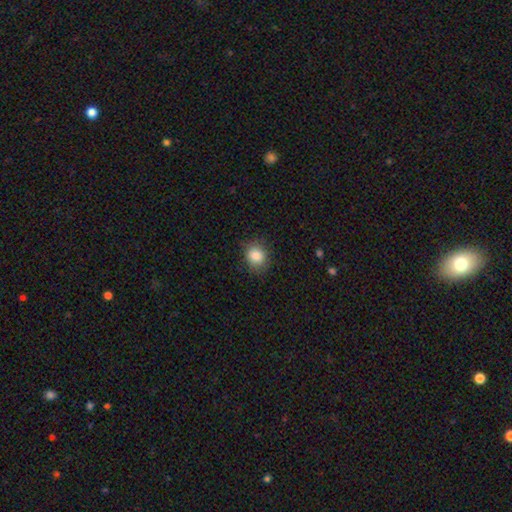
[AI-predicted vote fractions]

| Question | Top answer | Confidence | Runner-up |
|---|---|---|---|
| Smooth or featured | smooth | 85% | star or artifact (10%) |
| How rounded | round | 72% | in between (27%) |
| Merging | none | 83% | minor disturbance (13%) |